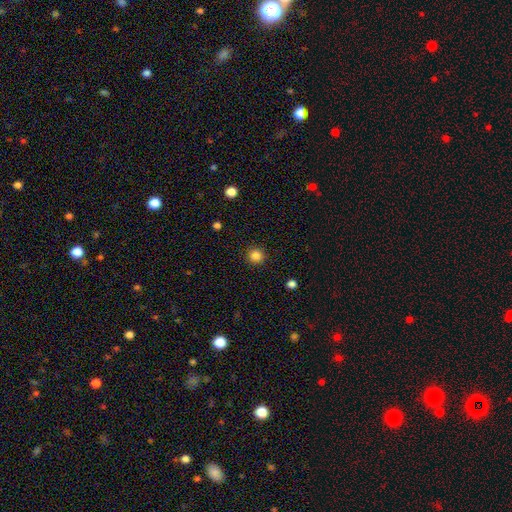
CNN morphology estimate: This is clearly a smooth galaxy (85%). How rounded: clearly round (93%). Merging: clearly none (91%).